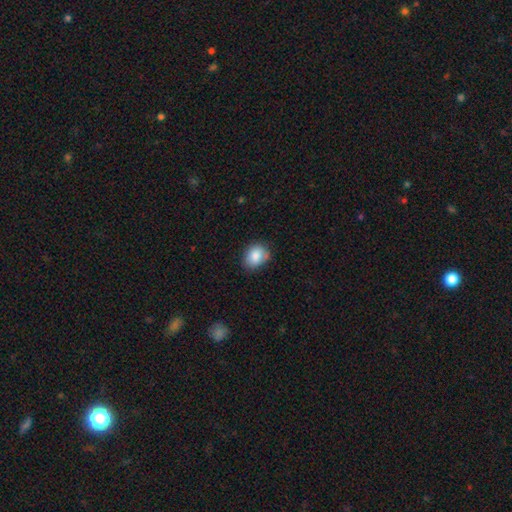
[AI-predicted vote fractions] Smooth or featured?
  - smooth: 85% *
  - star or artifact: 8%
  - featured or disk: 7%
How rounded?
  - in between: 58% *
  - round: 41%
  - cigar-shaped: 1%
Merging?
  - none: 72% *
  - minor disturbance: 21%
  - major disturbance: 4%
  - merger: 3%